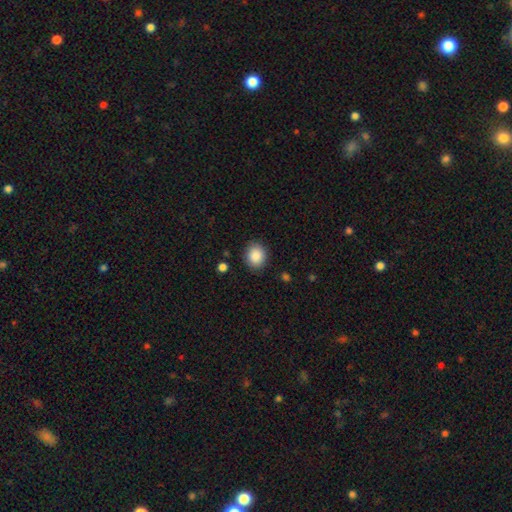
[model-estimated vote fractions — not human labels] Morphology: type=smooth (88%); roundness=round (67%); merging=none (87%).